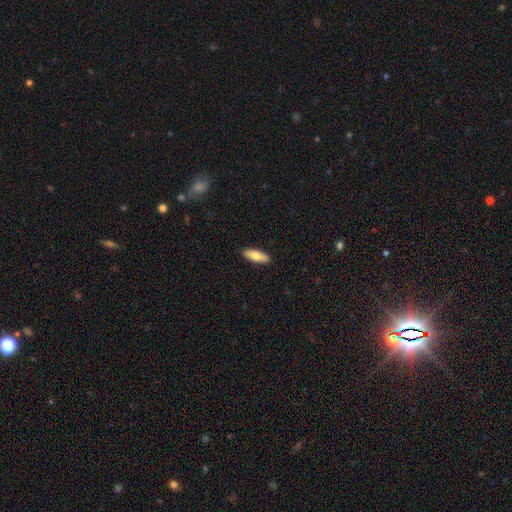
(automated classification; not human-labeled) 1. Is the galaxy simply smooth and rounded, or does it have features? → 78% smooth, 16% featured or disk, 6% star or artifact.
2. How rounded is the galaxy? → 64% in between, 33% cigar-shaped, 2% round.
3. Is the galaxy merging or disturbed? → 91% none, 7% minor disturbance, 2% major disturbance, 1% merger.